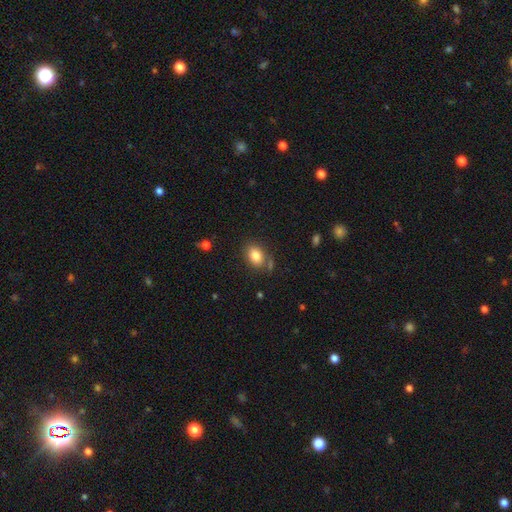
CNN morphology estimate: Smooth or featured?
  - smooth: 83% *
  - star or artifact: 9%
  - featured or disk: 8%
How rounded?
  - in between: 76% *
  - round: 23%
  - cigar-shaped: 1%
Merging?
  - none: 74% *
  - minor disturbance: 14%
  - merger: 8%
  - major disturbance: 4%